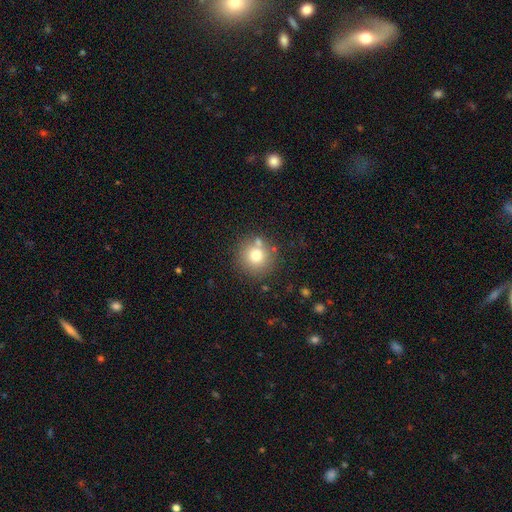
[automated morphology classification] Smooth or featured?
  - smooth: 74% *
  - featured or disk: 13%
  - star or artifact: 13%
How rounded?
  - round: 93% *
  - in between: 6%
  - cigar-shaped: 1%
Merging?
  - none: 76% *
  - minor disturbance: 10%
  - merger: 10%
  - major disturbance: 4%